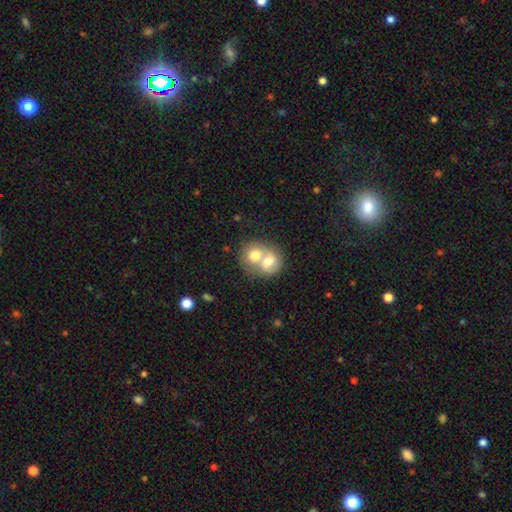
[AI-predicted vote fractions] Smooth or featured?
  - smooth: 64% *
  - featured or disk: 29%
  - star or artifact: 7%
How rounded?
  - round: 59% *
  - in between: 40%
  - cigar-shaped: 1%
Merging?
  - merger: 76% *
  - none: 15%
  - minor disturbance: 5%
  - major disturbance: 4%